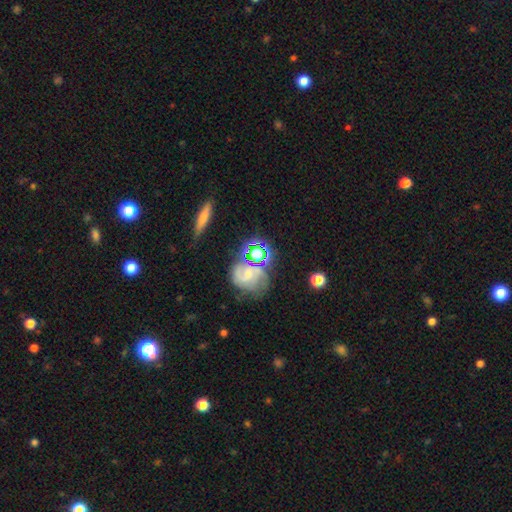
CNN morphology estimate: This is marginally a featured or disk galaxy (38%). Merging: likely none (65%).